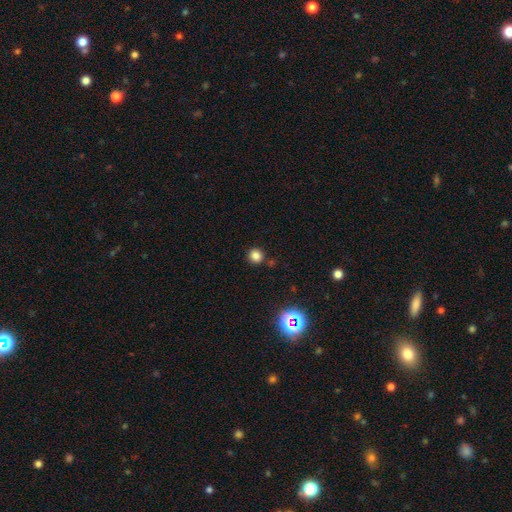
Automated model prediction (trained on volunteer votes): Q: Smooth or featured?
A: smooth (80%); runner-up: star or artifact (15%)
Q: How rounded?
A: round (92%); runner-up: in between (8%)
Q: Merging?
A: none (85%); runner-up: minor disturbance (8%)